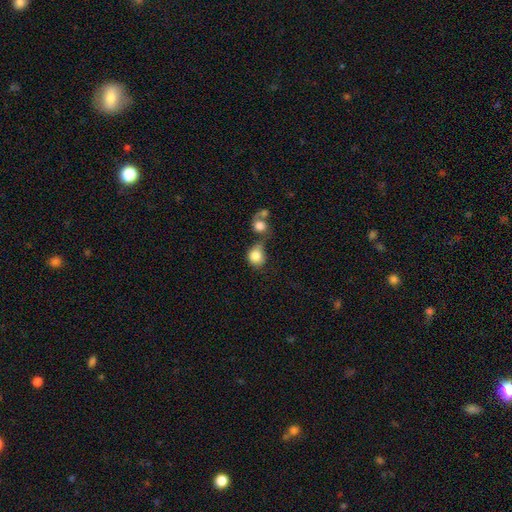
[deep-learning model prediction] Smooth or featured: smooth — 83% (featured or disk — 9%)
How rounded: round — 70% (in between — 29%)
Merging: none — 37% (merger — 36%)